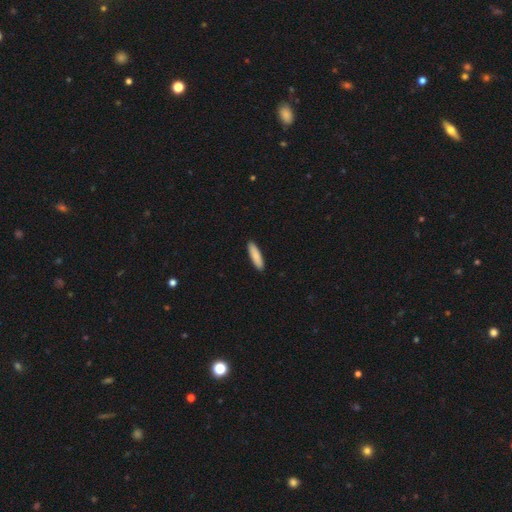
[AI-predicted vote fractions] A smooth galaxy with no disk features (88%) that is cigar-shaped (73%). Merging: none (92%).